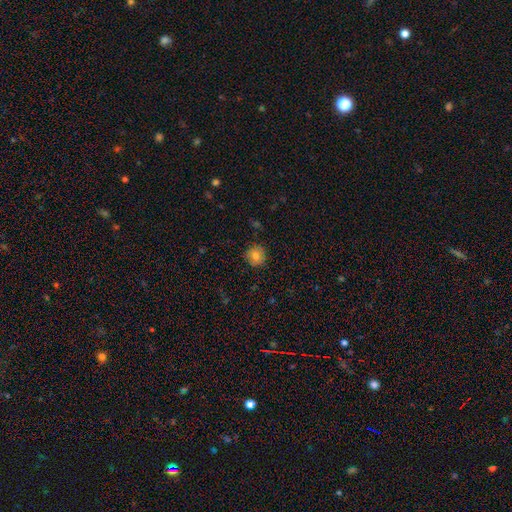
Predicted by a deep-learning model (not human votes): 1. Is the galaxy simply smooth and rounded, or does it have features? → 79% smooth, 11% featured or disk, 10% star or artifact.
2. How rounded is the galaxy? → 92% round, 7% in between, 1% cigar-shaped.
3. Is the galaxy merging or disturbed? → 87% none, 10% minor disturbance, 2% major disturbance, 1% merger.